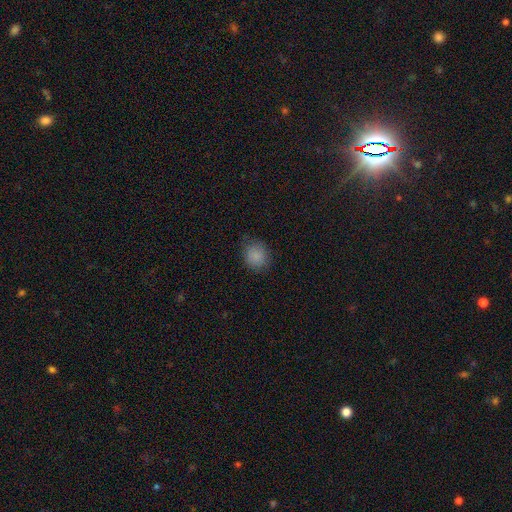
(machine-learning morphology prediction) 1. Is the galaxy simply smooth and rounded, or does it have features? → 86% smooth, 10% star or artifact, 4% featured or disk.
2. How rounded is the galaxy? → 79% round, 20% in between, 1% cigar-shaped.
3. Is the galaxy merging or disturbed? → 81% none, 14% minor disturbance, 4% major disturbance, 1% merger.